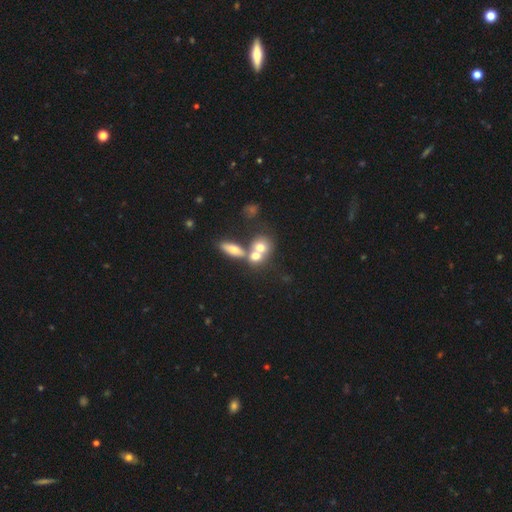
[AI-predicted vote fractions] smooth 65%, featured or disk 24%, star or artifact 11%. Down the decision tree: how rounded — round (54%); merging — merger (59%).